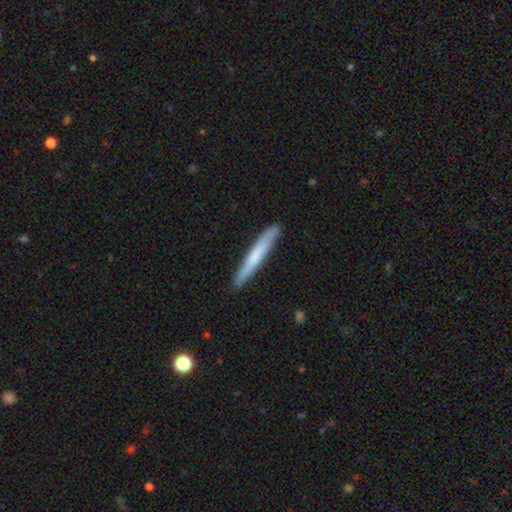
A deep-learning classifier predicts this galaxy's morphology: A smooth galaxy with no disk features (62%) that is cigar-shaped (96%). Merging: none (90%).